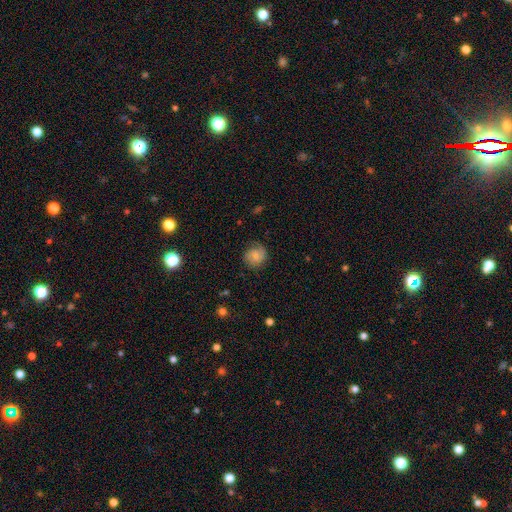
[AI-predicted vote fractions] The model was most divided on "smooth or featured": smooth: 55%, featured or disk: 36%, star or artifact: 9%. More confident: how rounded — round (80%); merging — none (72%).